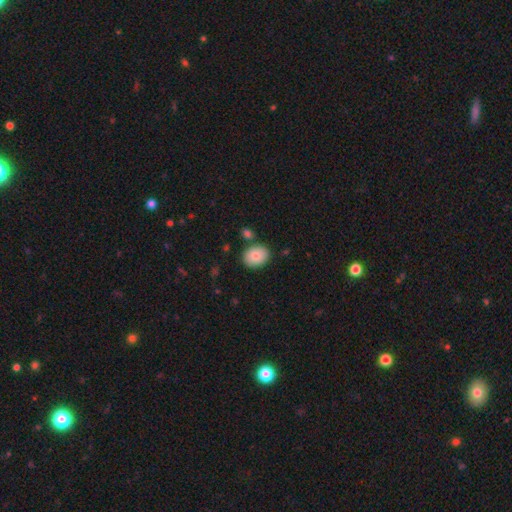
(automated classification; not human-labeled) A smooth galaxy with no disk features (83%) that is in between round and cigar-shaped (58%).

Vote fractions:
- Smooth or featured? smooth: 83% / featured or disk: 10% / star or artifact: 7%
- How rounded? in between: 58% / round: 41% / cigar-shaped: 1%
- Merging? none: 80% / minor disturbance: 10% / merger: 7% / major disturbance: 2%